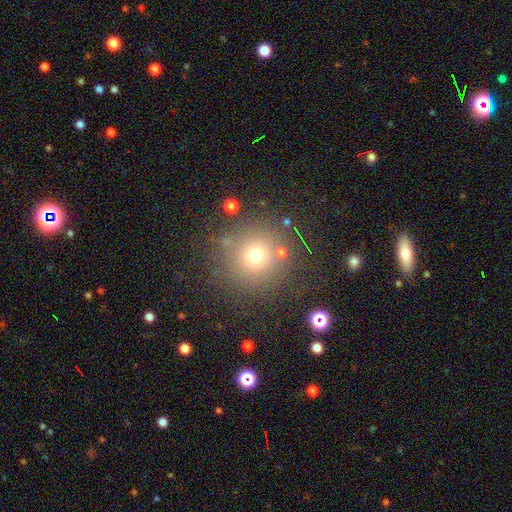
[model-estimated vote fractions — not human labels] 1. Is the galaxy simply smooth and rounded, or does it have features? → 68% smooth, 21% star or artifact, 10% featured or disk.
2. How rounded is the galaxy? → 94% round, 5% in between, 1% cigar-shaped.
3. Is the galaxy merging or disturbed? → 82% none, 9% minor disturbance, 5% major disturbance, 4% merger.